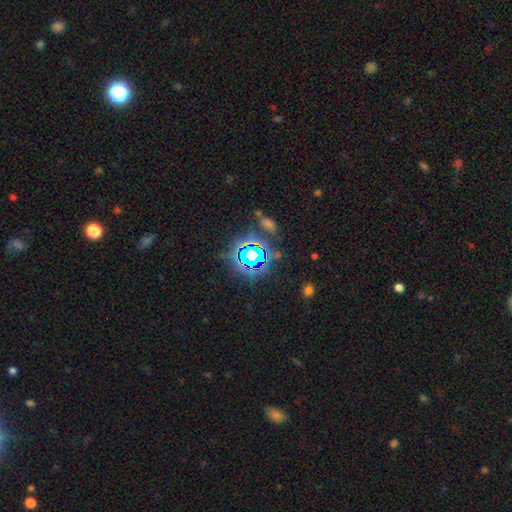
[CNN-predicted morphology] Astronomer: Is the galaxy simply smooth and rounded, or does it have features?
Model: star or artifact — 72%.